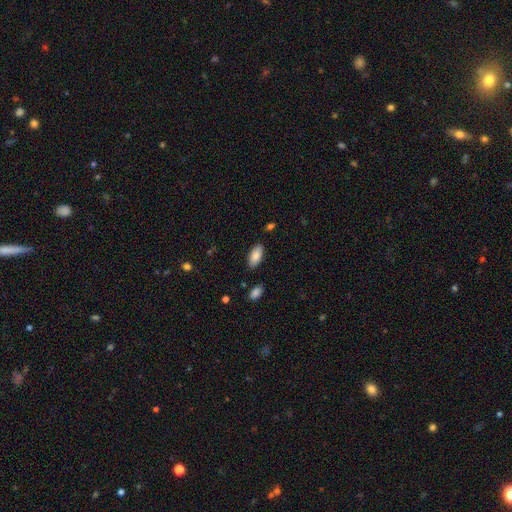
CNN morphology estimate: This appears to be a smooth galaxy with no disk features (83%) that is in between round and cigar-shaped (91%). Merging: none (85%).